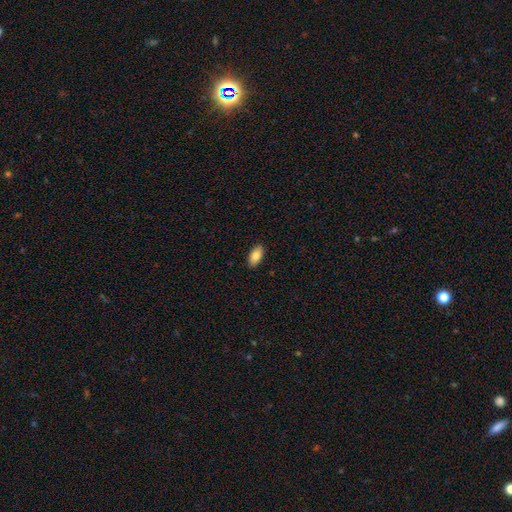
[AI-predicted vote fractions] Overall: smooth (85%). How rounded: in between (93%). Merging: none (89%).